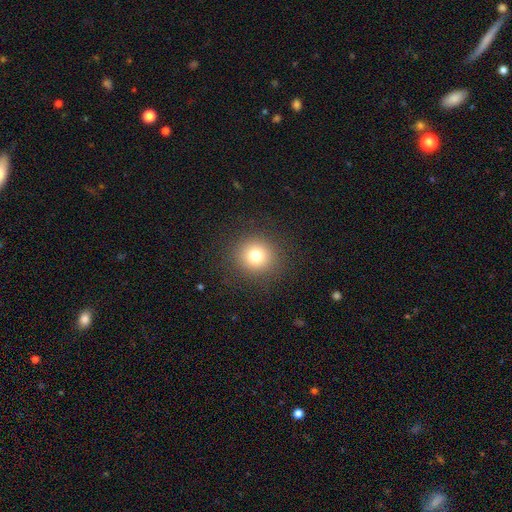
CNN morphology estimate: A smooth galaxy with no disk features (77%) that is round (92%).

Vote fractions:
- Smooth or featured? smooth: 77% / star or artifact: 14% / featured or disk: 9%
- How rounded? round: 92% / in between: 7% / cigar-shaped: 1%
- Merging? none: 90% / minor disturbance: 6% / major disturbance: 3% / merger: 1%